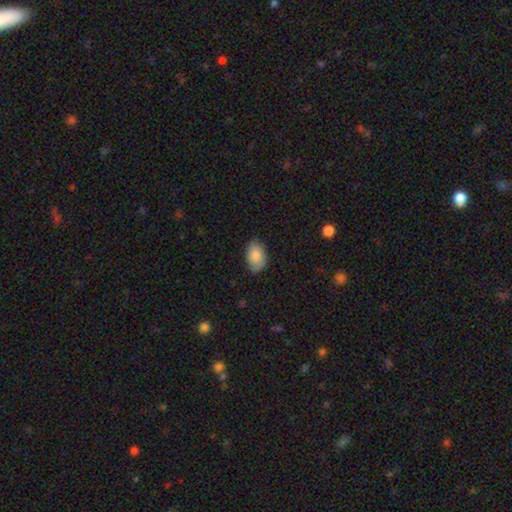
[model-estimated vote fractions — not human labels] Morphology: type=smooth (82%); roundness=in between (90%); merging=none (80%).